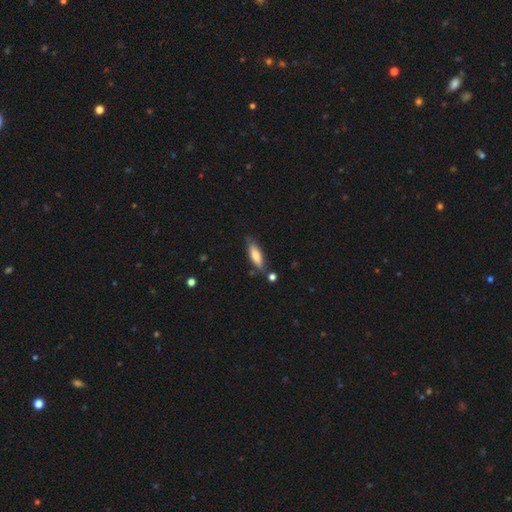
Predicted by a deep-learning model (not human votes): Overall: smooth (73%). How rounded: in between (50%; cigar-shaped 48%). Merging: none (75%).